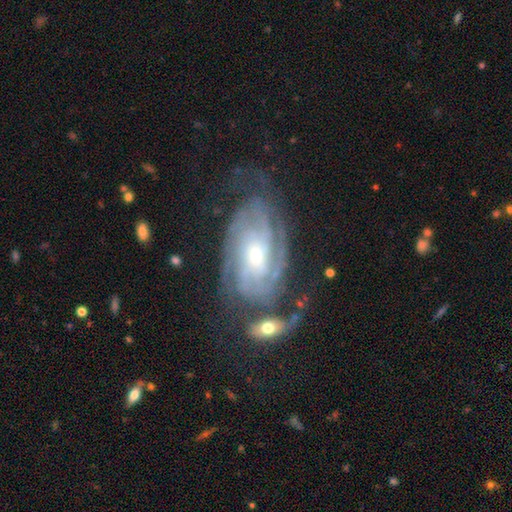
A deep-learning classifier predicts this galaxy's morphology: Smooth or featured: featured or disk — 88% (smooth — 7%)
Edge-on disk: no — 96% (yes — 4%)
Bar: no — 63% (weak — 29%)
Spiral arms: yes — 97% (no — 3%)
Spiral winding: tight — 67% (medium — 27%)
Spiral arm count: can't tell — 31% (3 — 22%)
Bulge size: small — 54% (moderate — 41%)
Merging: none — 57% (minor disturbance — 21%)